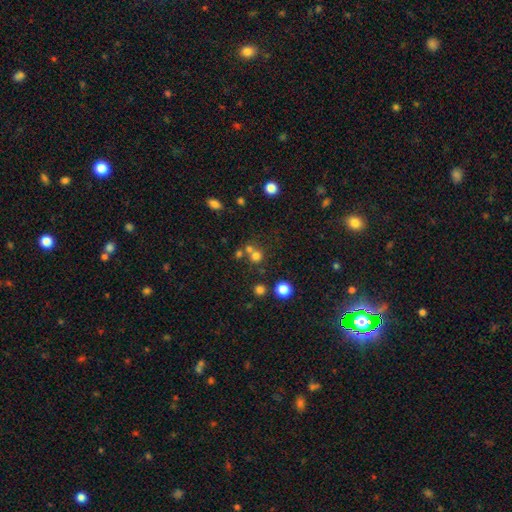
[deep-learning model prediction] smooth_or_featured: smooth (p=0.68) [alt: star or artifact p=0.20]
how_rounded: round (p=0.87) [alt: in between p=0.12]
merging: none (p=0.53) [alt: merger p=0.36]